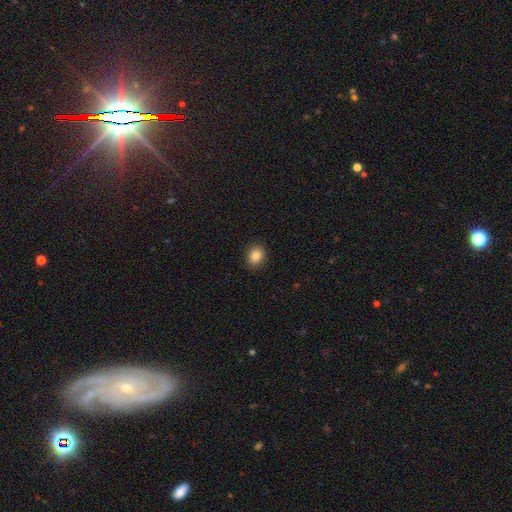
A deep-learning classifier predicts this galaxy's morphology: A smooth galaxy with no disk features (83%) that is in between round and cigar-shaped (50%).

Vote fractions:
- Smooth or featured? smooth: 83% / star or artifact: 10% / featured or disk: 7%
- How rounded? in between: 50% / round: 49% / cigar-shaped: 1%
- Merging? none: 91% / minor disturbance: 7% / major disturbance: 2% / merger: 1%